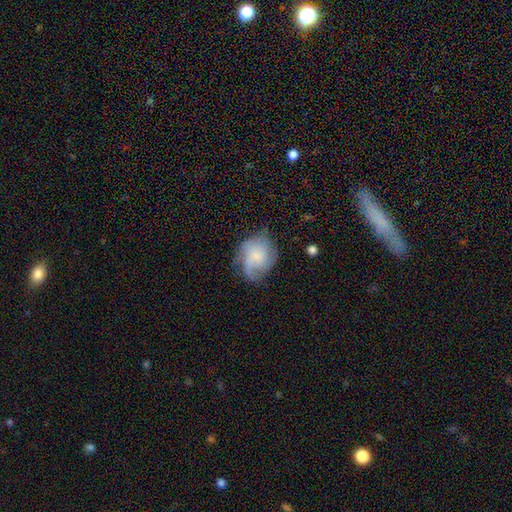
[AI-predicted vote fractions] smooth_or_featured: featured or disk (p=0.50) [alt: smooth p=0.42]
merging: none (p=0.51) [alt: minor disturbance p=0.28]